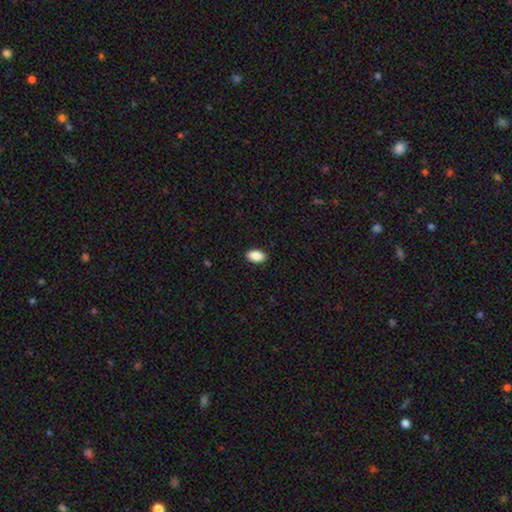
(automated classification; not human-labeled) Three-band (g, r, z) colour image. It shows a smooth galaxy with no disk features (88%) that is in between round and cigar-shaped (92%). Merging: none (90%).